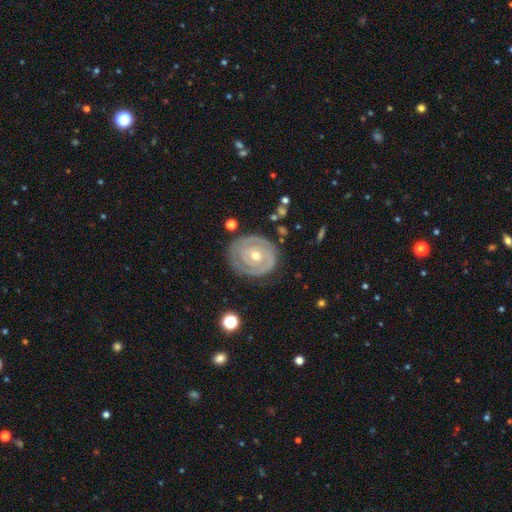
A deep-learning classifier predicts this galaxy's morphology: This is clearly a featured or disk galaxy (81%). It is clearly not viewed edge-on (97%). Bar: likely no (75%). Spiral arm pattern: likely yes (75%). Spiral arm count: marginally 2 (42%). Spiral winding: likely tight (80%). Central bulge: possibly moderate (54%). Merging: likely none (78%).